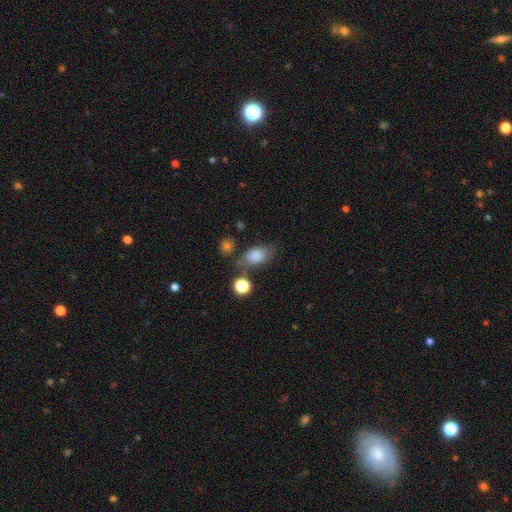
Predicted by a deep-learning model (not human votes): Smooth or featured? smooth (81%)
How rounded? in between (81%)
Merging? none (60%)